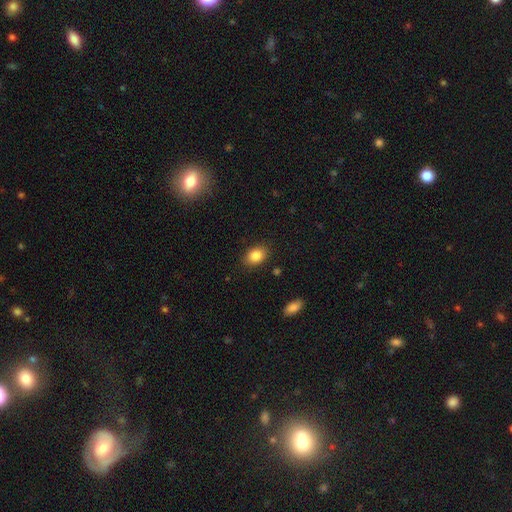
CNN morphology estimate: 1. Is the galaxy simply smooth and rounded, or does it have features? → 85% smooth, 9% star or artifact, 7% featured or disk.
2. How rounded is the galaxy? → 74% in between, 25% round, 1% cigar-shaped.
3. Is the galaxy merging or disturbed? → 86% none, 10% minor disturbance, 3% major disturbance, 1% merger.